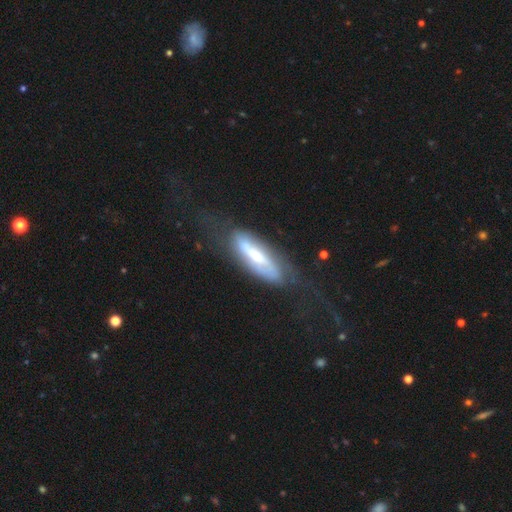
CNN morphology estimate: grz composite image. It shows a featured or disk galaxy (64%). Merging: none (56%).